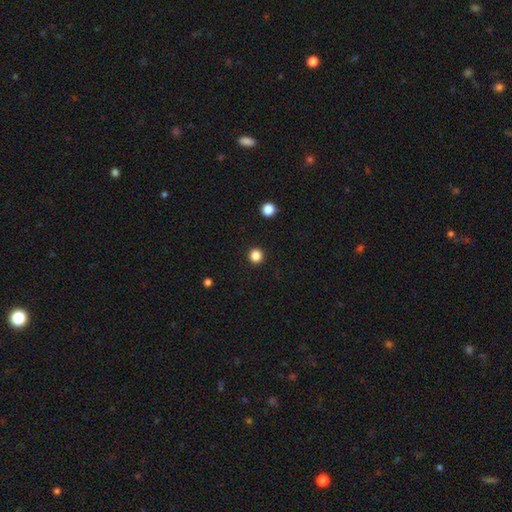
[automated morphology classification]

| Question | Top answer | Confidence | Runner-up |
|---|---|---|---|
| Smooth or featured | smooth | 85% | star or artifact (12%) |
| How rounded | round | 95% | in between (4%) |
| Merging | none | 94% | minor disturbance (4%) |